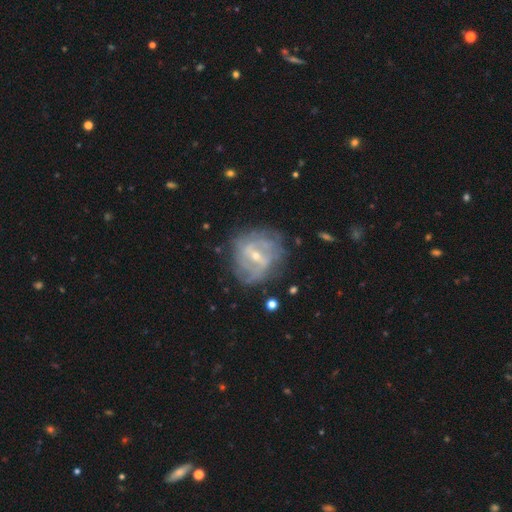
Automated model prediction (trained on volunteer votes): smooth-or-featured: featured or disk: 81% | smooth: 12% | star or artifact: 7%
  disk-edge-on: no: 96% | yes: 4%
    bar: weak: 48% | strong: 33% | no: 19%
    has-spiral-arms: yes: 79% | no: 21%
      spiral-winding: tight: 40% | medium: 39% | loose: 21%
      spiral-arm-count: 2: 39% | can't tell: 38% | 3: 10% | 4: 5% | 1: 4% | more than 4: 3%
    bulge-size: small: 63% | moderate: 33% | none: 1% | large: 1% | dominant: 1%
  merging: none: 67% | minor disturbance: 20% | major disturbance: 11% | merger: 2%